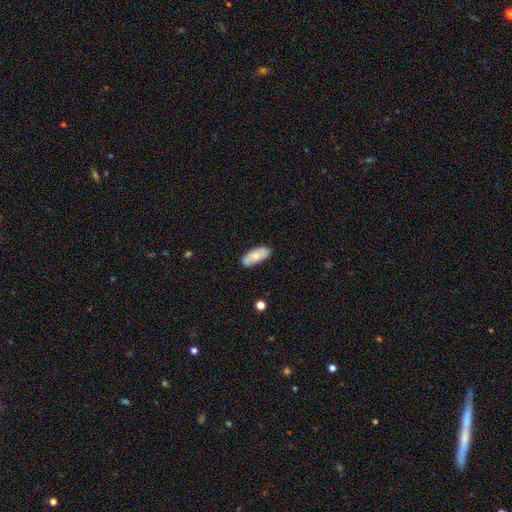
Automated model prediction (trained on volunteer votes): A smooth galaxy with no disk features (69%) that is in between round and cigar-shaped (86%).

Vote fractions:
- Smooth or featured? smooth: 69% / featured or disk: 25% / star or artifact: 6%
- How rounded? in between: 86% / cigar-shaped: 12% / round: 2%
- Merging? none: 76% / minor disturbance: 19% / major disturbance: 3% / merger: 3%